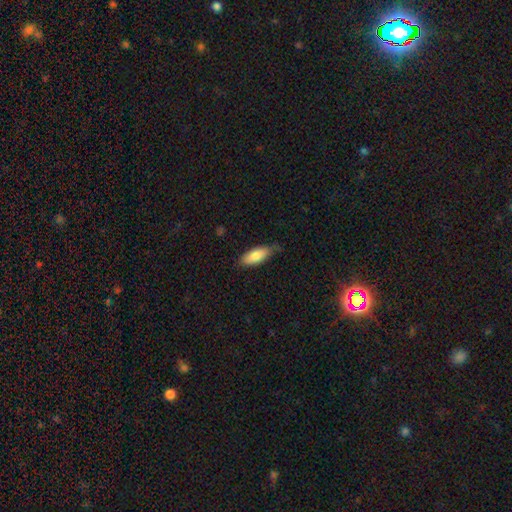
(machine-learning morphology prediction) smooth_or_featured: smooth (p=0.80) [alt: featured or disk p=0.14]
how_rounded: in between (p=0.77) [alt: cigar-shaped p=0.21]
merging: none (p=0.65) [alt: minor disturbance p=0.28]